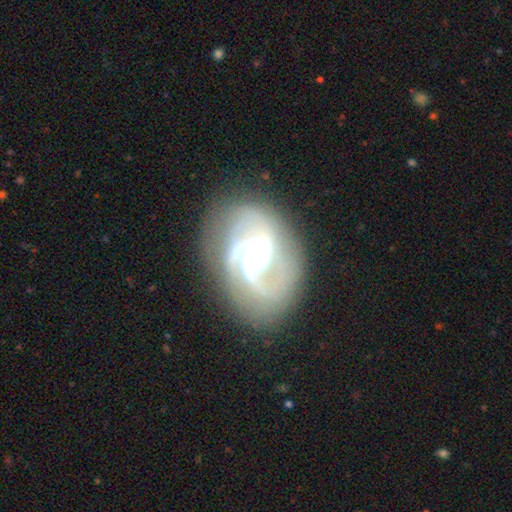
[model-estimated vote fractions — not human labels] This appears to be a featured or disk galaxy (86%) with a weak bar (43%), 2 (57%) medium (45%) spiral arms (95%) and a large central bulge (41%, tied with moderate). Merging: none (70%).